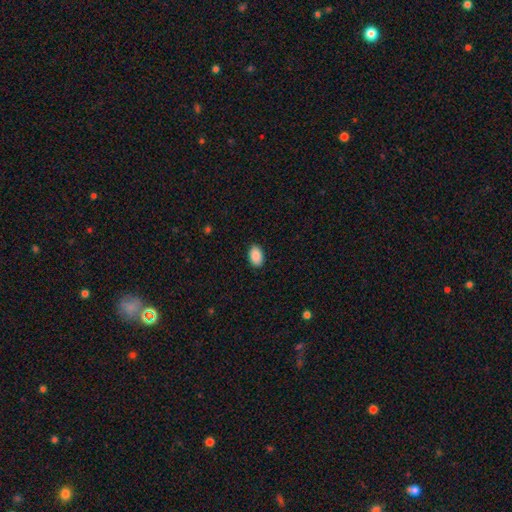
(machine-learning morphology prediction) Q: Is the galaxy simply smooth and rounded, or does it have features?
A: smooth — 90%.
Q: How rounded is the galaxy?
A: in between — 92%.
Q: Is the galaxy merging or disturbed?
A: none — 89%.